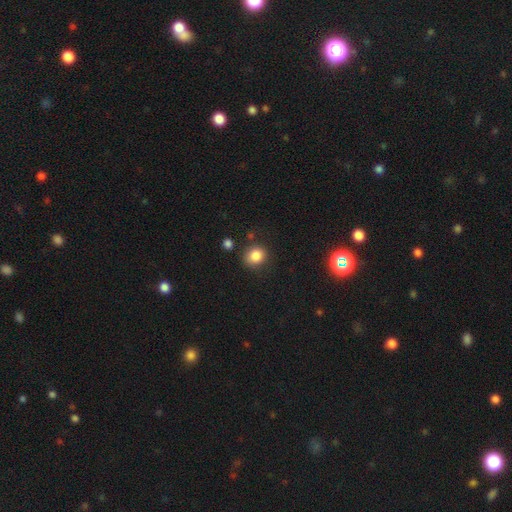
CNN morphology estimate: Smooth or featured? Predicted: smooth (p=0.85). How rounded? Predicted: round (p=0.78). Merging? Predicted: none (p=0.80).